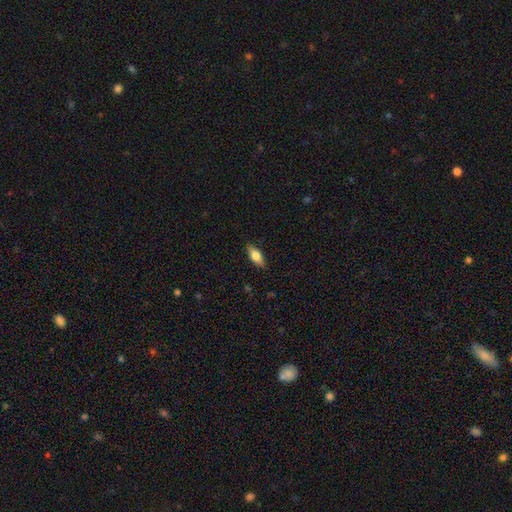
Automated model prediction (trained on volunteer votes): smooth-or-featured: smooth: 70% | featured or disk: 23% | star or artifact: 7%
  how-rounded: in between: 79% | cigar-shaped: 17% | round: 3%
  merging: none: 86% | minor disturbance: 11% | major disturbance: 2% | merger: 1%